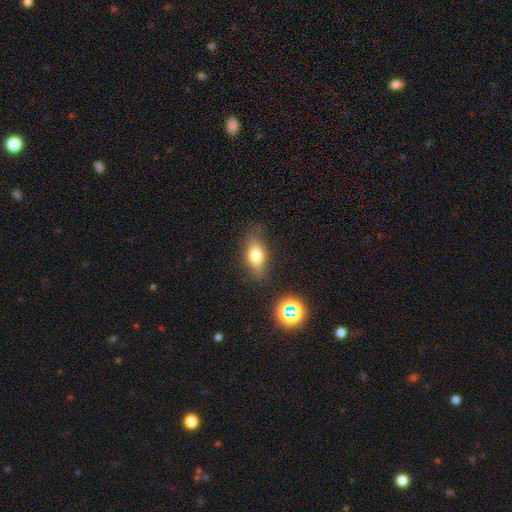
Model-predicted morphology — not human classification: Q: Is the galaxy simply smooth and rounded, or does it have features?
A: smooth — 69%.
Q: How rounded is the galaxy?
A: in between — 77%.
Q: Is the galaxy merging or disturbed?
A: none — 76%.